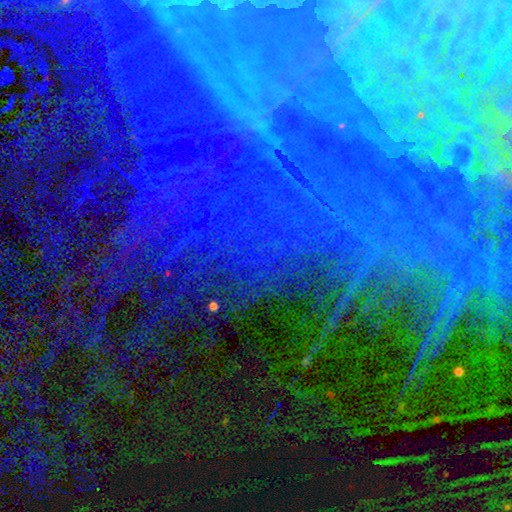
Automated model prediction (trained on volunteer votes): The model was most divided on "smooth or featured": star or artifact: 75%, featured or disk: 15%, smooth: 10%.